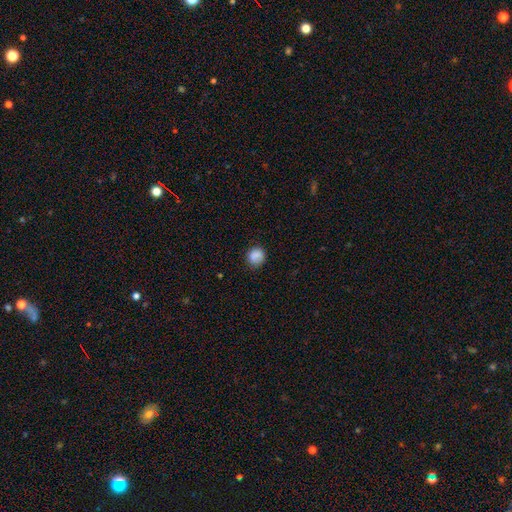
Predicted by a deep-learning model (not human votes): Overall: smooth (83%). How rounded: round (83%). Merging: none (78%).